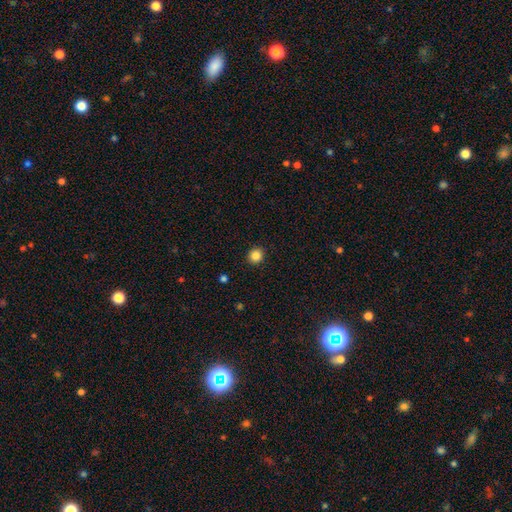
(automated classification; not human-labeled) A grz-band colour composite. It shows a smooth galaxy with no disk features (85%) that is round (88%). Merging: none (92%).